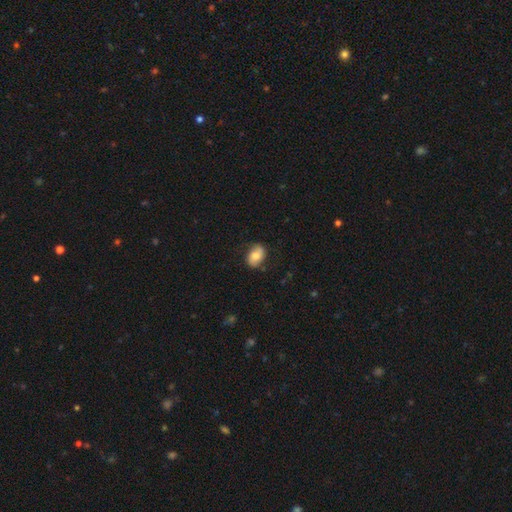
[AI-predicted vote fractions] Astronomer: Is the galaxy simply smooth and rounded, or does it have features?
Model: smooth — 67%.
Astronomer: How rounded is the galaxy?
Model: in between — 79%.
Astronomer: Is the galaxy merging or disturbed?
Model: none — 77%.